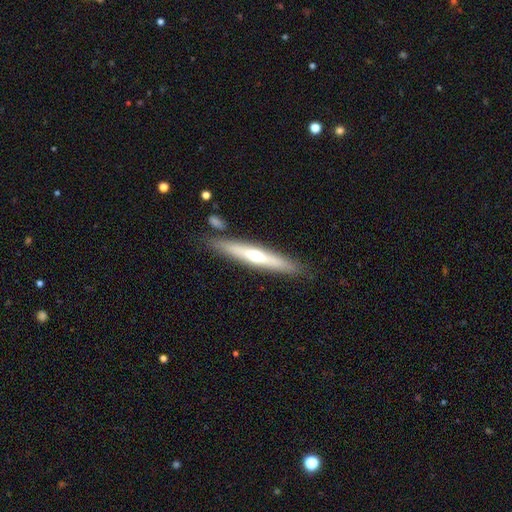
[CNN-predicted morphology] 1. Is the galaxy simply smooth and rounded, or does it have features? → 55% featured or disk, 39% smooth, 6% star or artifact.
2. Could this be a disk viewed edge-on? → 91% yes, 9% no.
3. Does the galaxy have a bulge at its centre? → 81% rounded, 17% none, 3% boxy.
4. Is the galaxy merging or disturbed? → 84% none, 10% minor disturbance, 4% merger, 2% major disturbance.